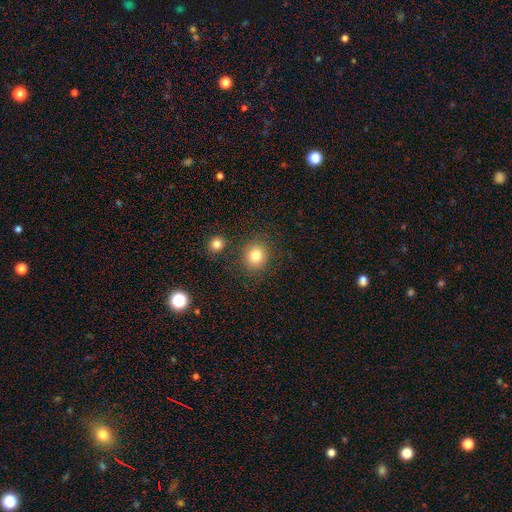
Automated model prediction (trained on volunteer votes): Overall: smooth (82%). How rounded: round (84%). Merging: none (84%).